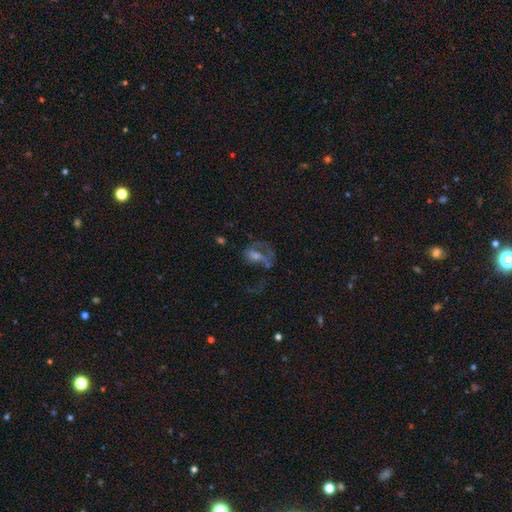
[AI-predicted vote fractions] smooth-or-featured: featured or disk: 52% | smooth: 26% | star or artifact: 23%
  disk-edge-on: no: 95% | yes: 5%
  merging: major disturbance: 45% | none: 32% | minor disturbance: 15% | merger: 9%